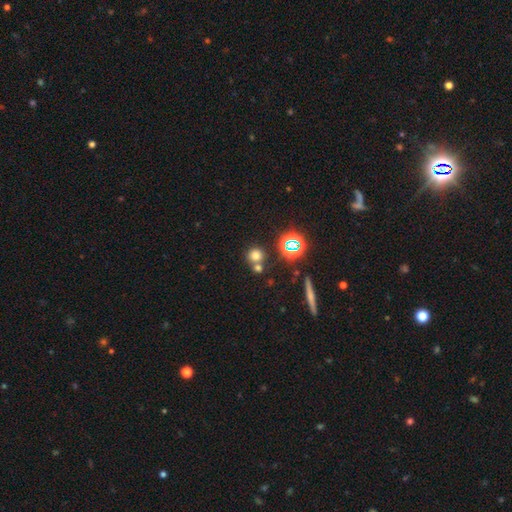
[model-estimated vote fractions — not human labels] The model was most divided on "merging": none: 61%, merger: 28%, minor disturbance: 8%, major disturbance: 3%. More confident: how rounded — round (89%); smooth or featured — smooth (68%).